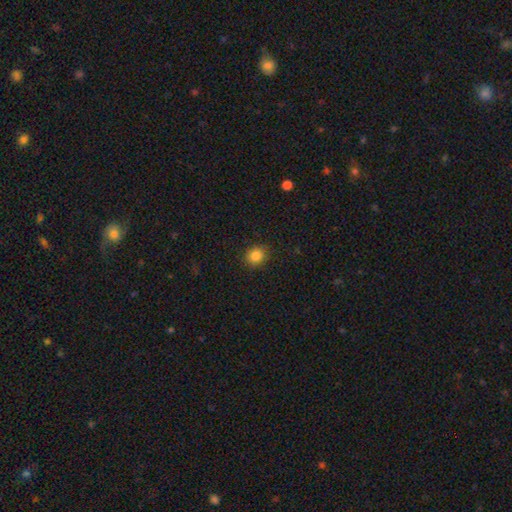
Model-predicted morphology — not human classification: Smooth or featured? Predicted: smooth (p=0.85). How rounded? Predicted: round (p=0.80). Merging? Predicted: none (p=0.89).